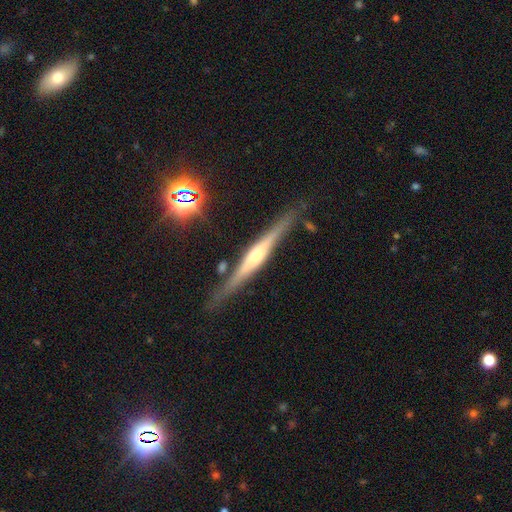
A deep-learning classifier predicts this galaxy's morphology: Q: Smooth or featured?
A: featured or disk (74%); runner-up: smooth (19%)
Q: Edge-on disk?
A: yes (97%); runner-up: no (3%)
Q: Edge-on bulge?
A: rounded (74%); runner-up: boxy (17%)
Q: Merging?
A: none (83%); runner-up: minor disturbance (12%)